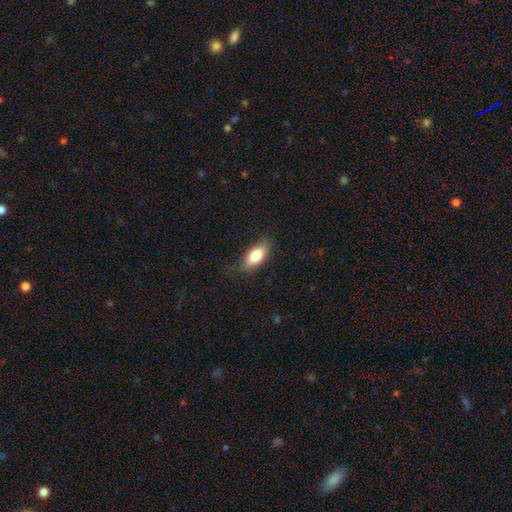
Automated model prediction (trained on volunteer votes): The model was most divided on "smooth or featured": smooth: 80%, featured or disk: 14%, star or artifact: 7%. More confident: how rounded — in between (86%); merging — none (81%).